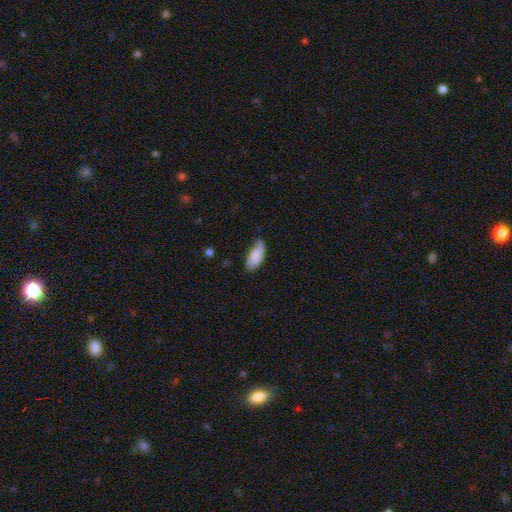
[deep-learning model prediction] Morphology: type=smooth (78%); roundness=in between (86%); merging=none (49%).